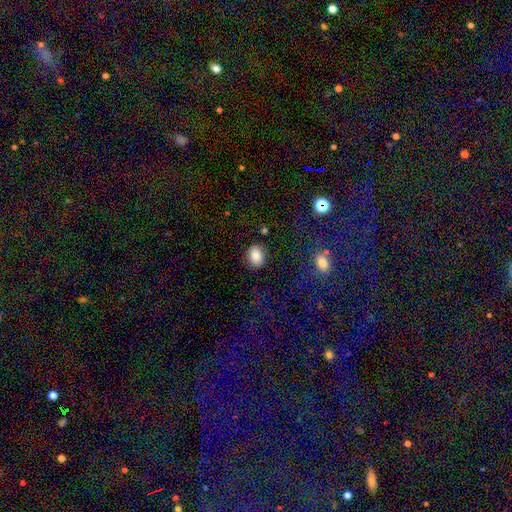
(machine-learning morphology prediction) This appears to be a smooth galaxy with no disk features (83%) that is in between round and cigar-shaped (58%). Merging: none (86%).